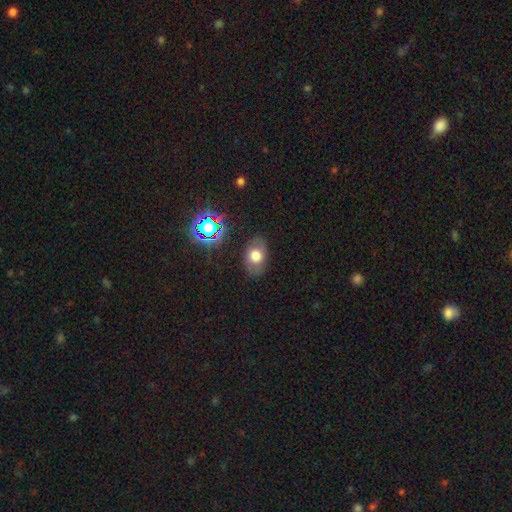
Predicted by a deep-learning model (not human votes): A smooth galaxy with no disk features (63%) that is in between round and cigar-shaped (80%). Merging: none (80%).